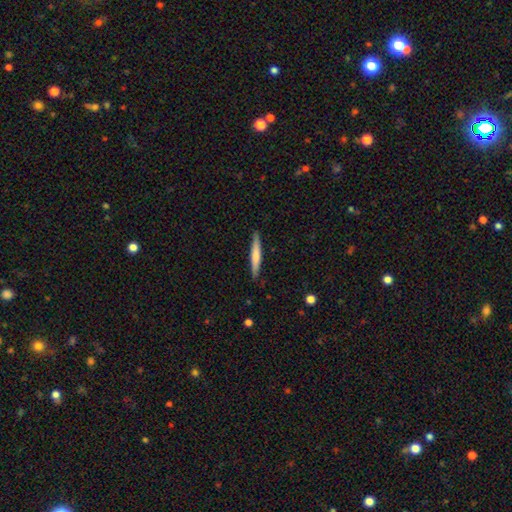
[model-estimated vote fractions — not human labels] Smooth or featured? Predicted: smooth (p=0.63). How rounded? Predicted: cigar-shaped (p=0.94). Merging? Predicted: none (p=0.88).